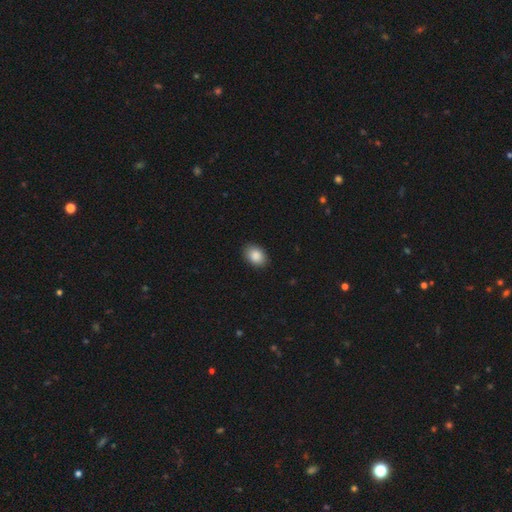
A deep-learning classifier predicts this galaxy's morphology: Q: Smooth or featured?
A: smooth (88%); runner-up: star or artifact (8%)
Q: How rounded?
A: in between (80%); runner-up: round (19%)
Q: Merging?
A: none (88%); runner-up: minor disturbance (9%)